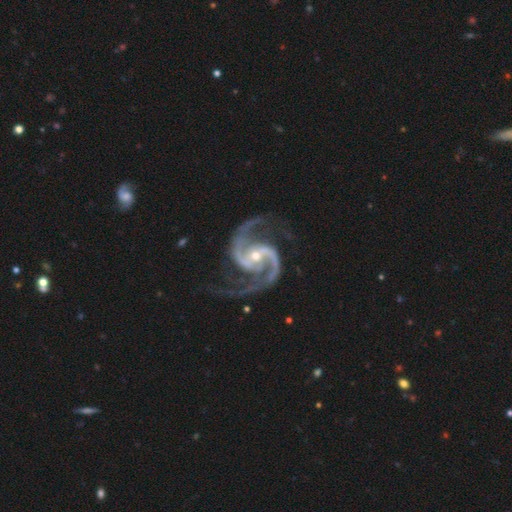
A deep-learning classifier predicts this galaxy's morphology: Smooth or featured? featured or disk (95%)
Edge-on disk? no (98%)
Bar? no (42%)
Spiral arms? yes (99%)
Spiral winding? medium (65%)
Spiral arm count? 2 (91%)
Bulge size? small (56%)
Merging? none (72%)